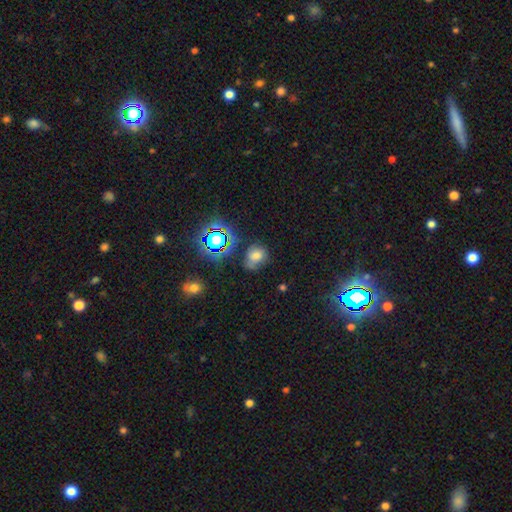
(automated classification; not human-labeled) smooth_or_featured: smooth (p=0.64) [alt: star or artifact p=0.25]
how_rounded: round (p=0.55) [alt: in between p=0.44]
merging: none (p=0.58) [alt: minor disturbance p=0.26]